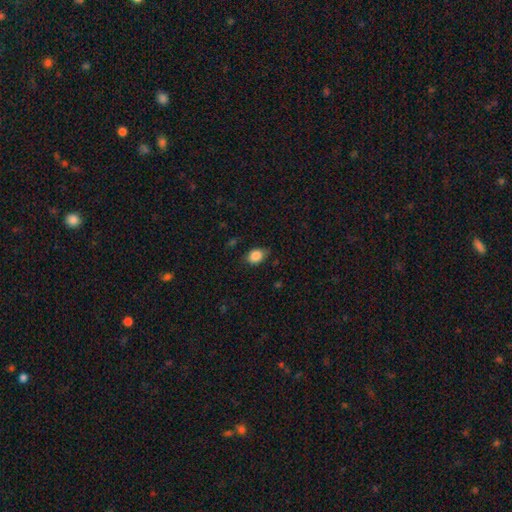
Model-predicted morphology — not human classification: smooth_or_featured: smooth (p=0.87) [alt: star or artifact p=0.08]
how_rounded: in between (p=0.75) [alt: round p=0.24]
merging: none (p=0.75) [alt: minor disturbance p=0.19]